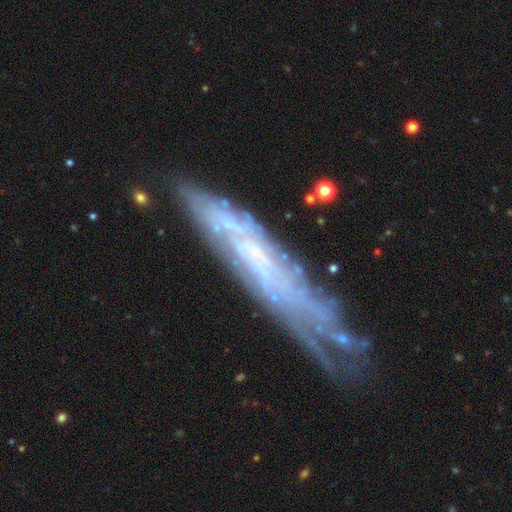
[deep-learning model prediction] This appears to be a featured or disk galaxy (70%) viewed edge-on (52%). Merging: none (59%).